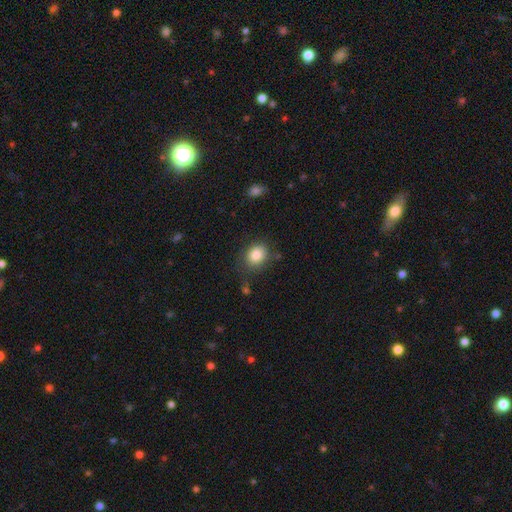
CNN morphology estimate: smooth 84%, star or artifact 9%, featured or disk 7%. Down the decision tree: how rounded — round (50%); merging — none (77%).